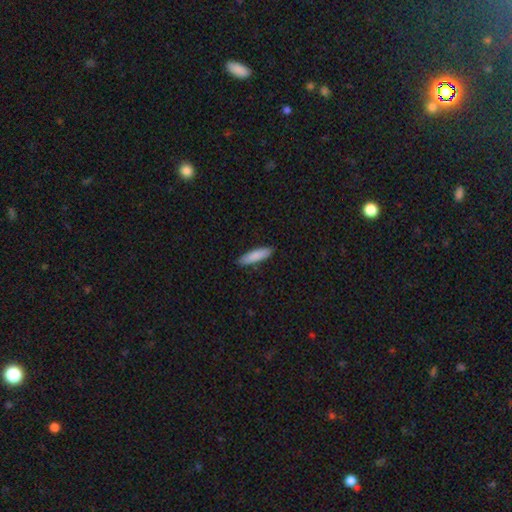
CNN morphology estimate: smooth_or_featured: smooth (p=0.85) [alt: featured or disk p=0.09]
how_rounded: cigar-shaped (p=0.70) [alt: in between p=0.29]
merging: none (p=0.88) [alt: minor disturbance p=0.09]